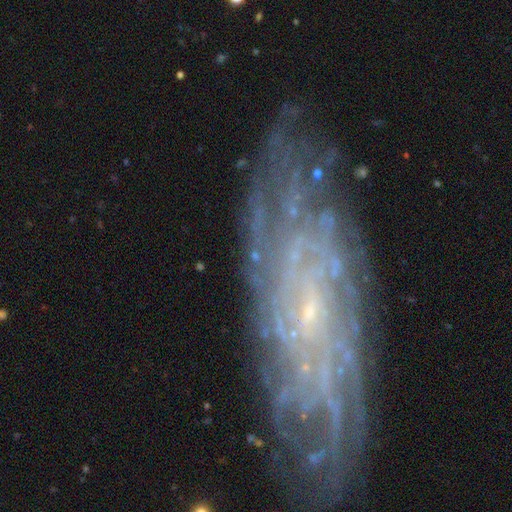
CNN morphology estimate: type=featured or disk (75%); edge-on=no (93%); bar=no (44%); spiral arms=yes (88%); winding=tight (68%); arm count=can't tell (43%); bulge=small (66%); merging=none (69%).